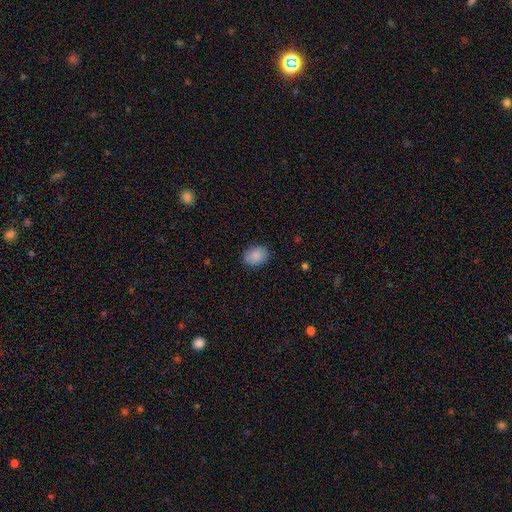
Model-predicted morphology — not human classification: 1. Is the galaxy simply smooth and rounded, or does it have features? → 88% smooth, 7% star or artifact, 5% featured or disk.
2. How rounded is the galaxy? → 65% in between, 34% round, 1% cigar-shaped.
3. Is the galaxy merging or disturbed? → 88% none, 9% minor disturbance, 2% major disturbance, 1% merger.